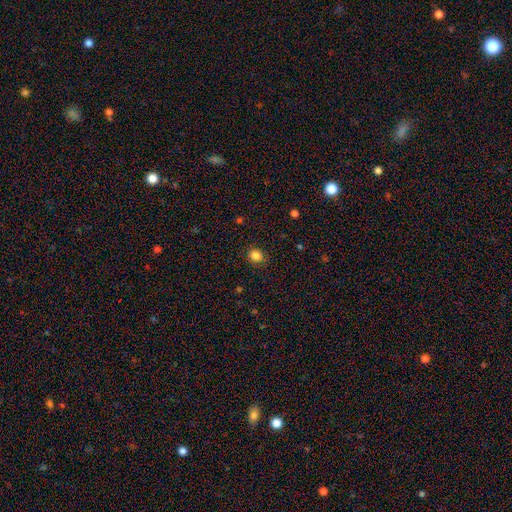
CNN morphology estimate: A smooth galaxy with no disk features (84%) that is round (65%). Merging: none (87%).